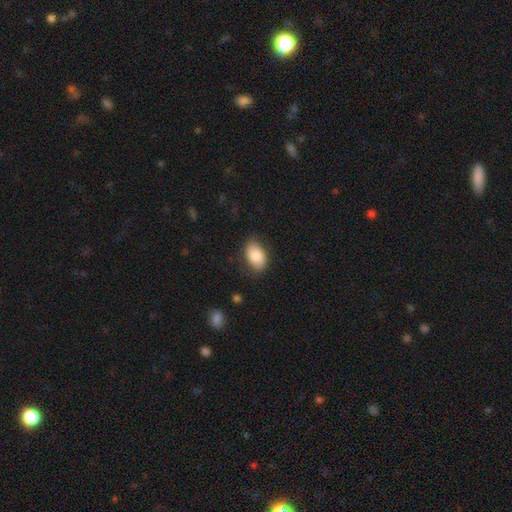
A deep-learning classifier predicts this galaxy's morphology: smooth-or-featured: smooth: 83% | featured or disk: 11% | star or artifact: 7%
  how-rounded: in between: 90% | round: 9% | cigar-shaped: 1%
  merging: none: 80% | minor disturbance: 15% | major disturbance: 4% | merger: 1%